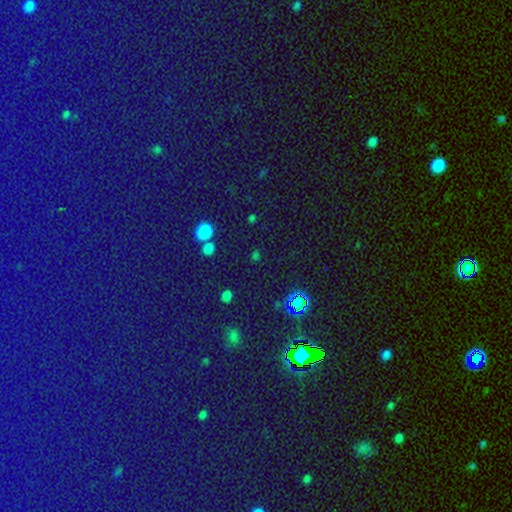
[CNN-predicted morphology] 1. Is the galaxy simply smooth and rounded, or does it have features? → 58% star or artifact, 35% smooth, 7% featured or disk.